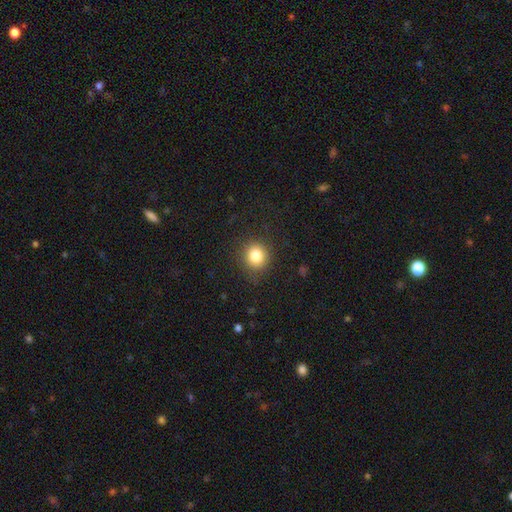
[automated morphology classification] Q: Smooth or featured?
A: smooth (82%); runner-up: star or artifact (12%)
Q: How rounded?
A: round (90%); runner-up: in between (9%)
Q: Merging?
A: none (87%); runner-up: minor disturbance (9%)